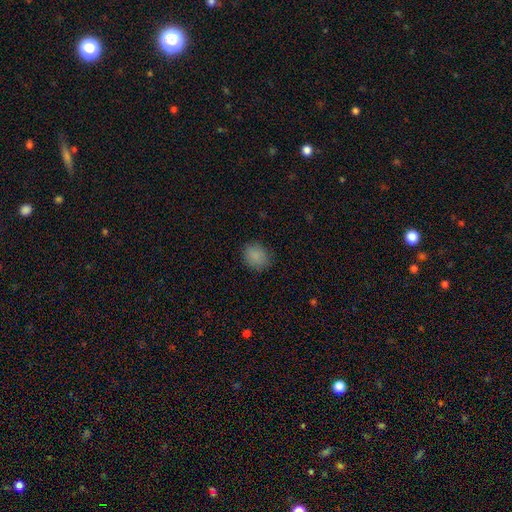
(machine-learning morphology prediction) A smooth galaxy with no disk features (86%) that is round (59%).

Vote fractions:
- Smooth or featured? smooth: 86% / star or artifact: 10% / featured or disk: 4%
- How rounded? round: 59% / in between: 40% / cigar-shaped: 1%
- Merging? none: 83% / minor disturbance: 13% / major disturbance: 3% / merger: 1%